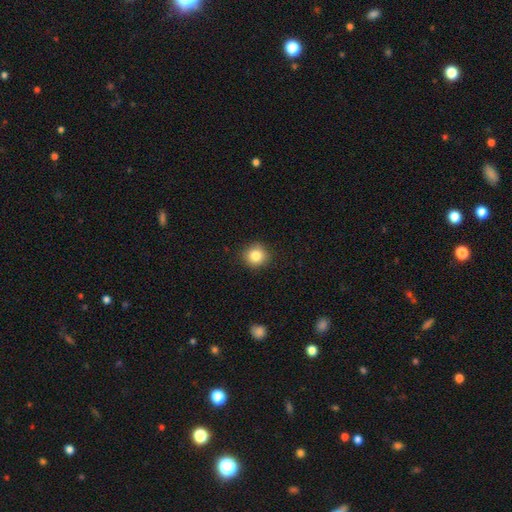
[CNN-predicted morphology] This appears to be a smooth galaxy with no disk features (84%) that is round (92%). Merging: none (90%).